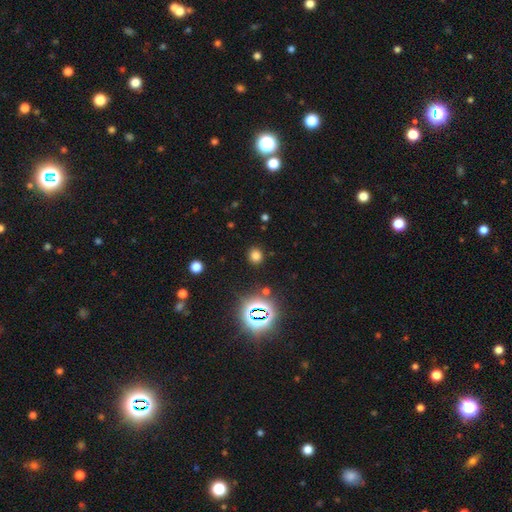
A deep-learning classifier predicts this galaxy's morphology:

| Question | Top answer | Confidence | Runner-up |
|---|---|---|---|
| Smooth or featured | smooth | 70% | star or artifact (24%) |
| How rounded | round | 83% | in between (16%) |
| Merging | none | 88% | minor disturbance (7%) |